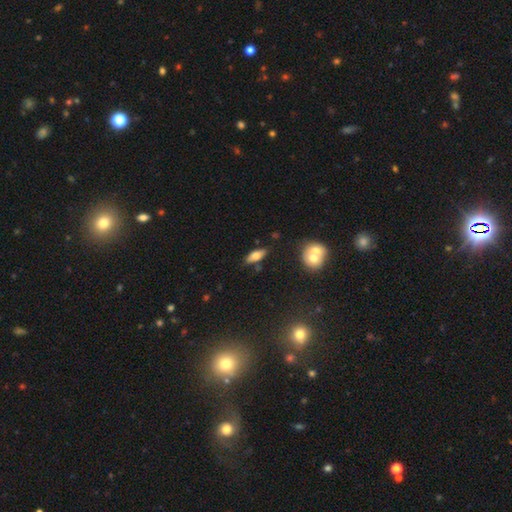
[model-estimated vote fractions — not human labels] smooth_or_featured: smooth (p=0.65) [alt: featured or disk p=0.27]
how_rounded: in between (p=0.72) [alt: cigar-shaped p=0.25]
merging: none (p=0.78) [alt: minor disturbance p=0.13]